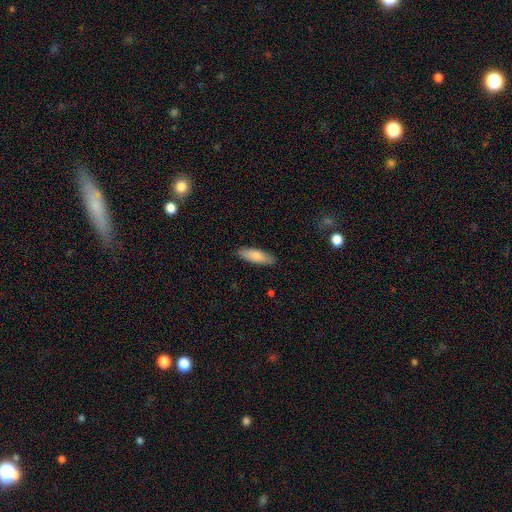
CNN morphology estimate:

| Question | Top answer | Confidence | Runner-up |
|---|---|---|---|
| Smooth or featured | smooth | 82% | featured or disk (12%) |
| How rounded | in between | 53% | cigar-shaped (46%) |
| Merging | none | 88% | minor disturbance (9%) |